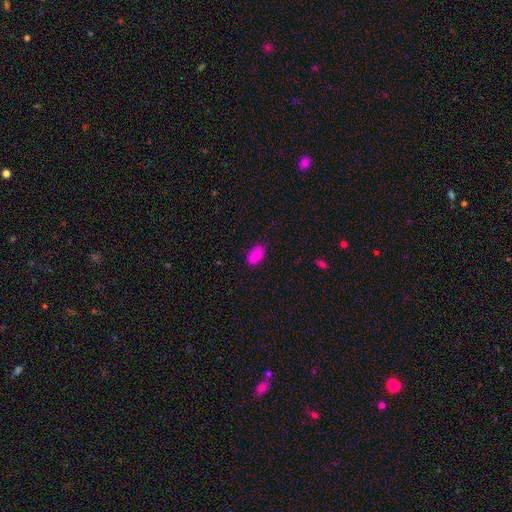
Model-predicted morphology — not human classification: Smooth or featured?
  - smooth: 88% *
  - star or artifact: 8%
  - featured or disk: 4%
How rounded?
  - in between: 93% *
  - round: 5%
  - cigar-shaped: 2%
Merging?
  - none: 81% *
  - minor disturbance: 15%
  - major disturbance: 3%
  - merger: 1%